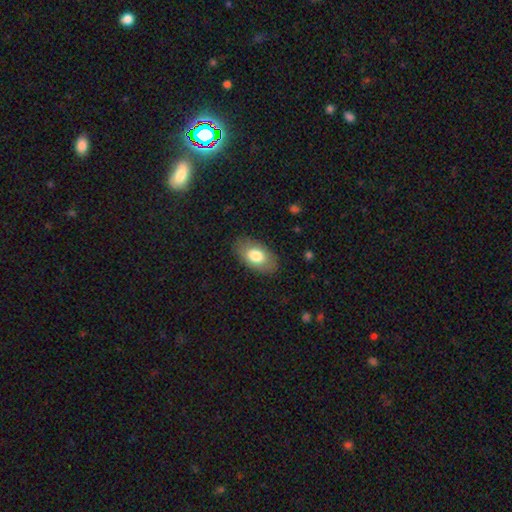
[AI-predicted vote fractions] smooth_or_featured: smooth (p=0.76) [alt: featured or disk p=0.17]
how_rounded: in between (p=0.93) [alt: round p=0.06]
merging: none (p=0.84) [alt: minor disturbance p=0.11]